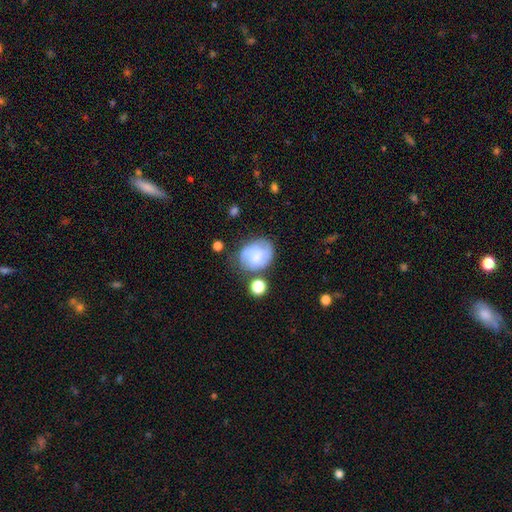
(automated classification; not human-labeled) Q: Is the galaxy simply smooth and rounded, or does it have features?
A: smooth — 47%.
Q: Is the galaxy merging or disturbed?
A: none — 48%.